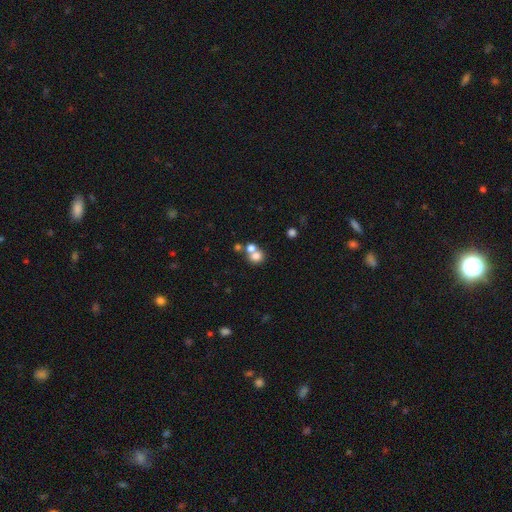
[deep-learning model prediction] This is likely a smooth galaxy (74%). How rounded: likely round (72%). Merging: possibly merger (48%).